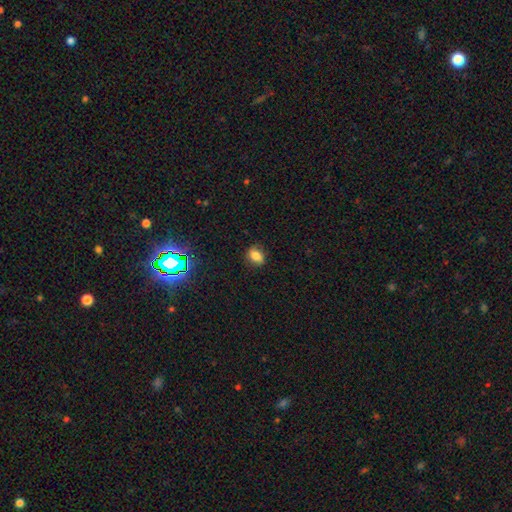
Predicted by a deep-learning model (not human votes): Smooth or featured? Predicted: smooth (p=0.74). How rounded? Predicted: in between (p=0.69). Merging? Predicted: none (p=0.77).